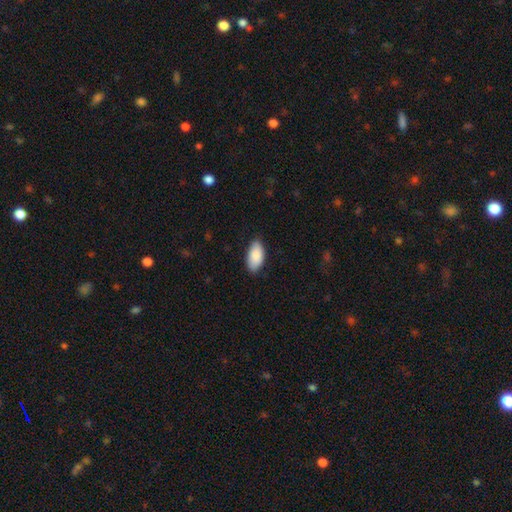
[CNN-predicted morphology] The model was most divided on "merging": none: 85%, minor disturbance: 12%, major disturbance: 2%, merger: 1%. More confident: how rounded — in between (95%); smooth or featured — smooth (88%).